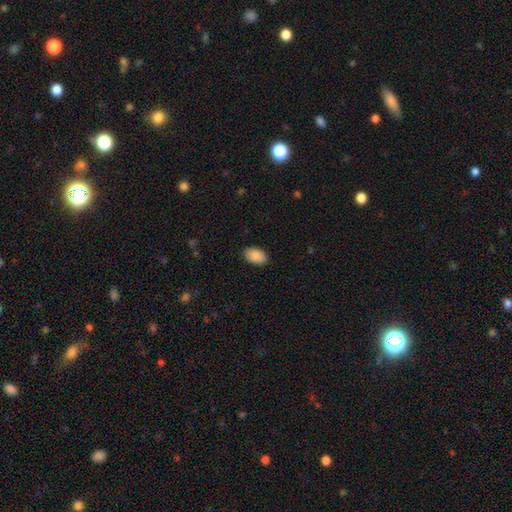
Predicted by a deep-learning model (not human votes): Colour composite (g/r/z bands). It shows a smooth galaxy with no disk features (90%) that is in between round and cigar-shaped (92%). Merging: none (89%).